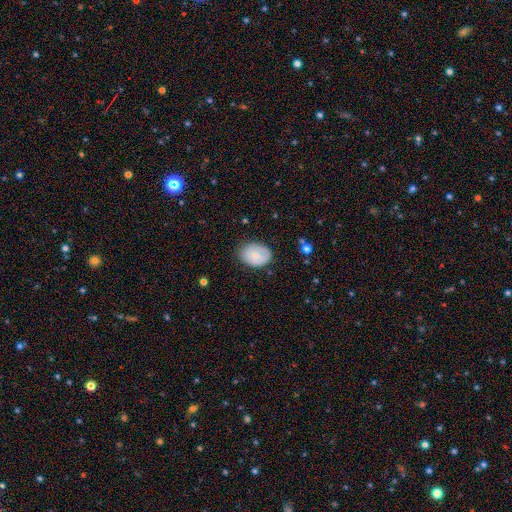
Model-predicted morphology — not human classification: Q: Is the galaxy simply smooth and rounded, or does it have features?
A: smooth — 69%.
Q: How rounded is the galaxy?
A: in between — 73%.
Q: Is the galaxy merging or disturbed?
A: none — 78%.